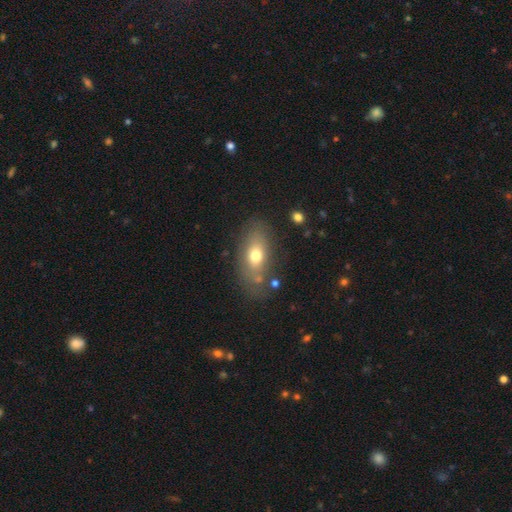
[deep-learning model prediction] Smooth or featured? Predicted: smooth (p=0.66). How rounded? Predicted: in between (p=0.83). Merging? Predicted: none (p=0.68).